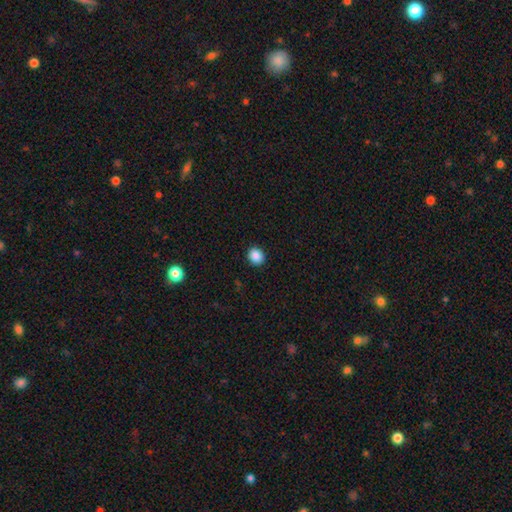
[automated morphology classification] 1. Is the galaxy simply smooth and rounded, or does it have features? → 87% smooth, 10% star or artifact, 3% featured or disk.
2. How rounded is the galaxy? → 77% round, 22% in between, 1% cigar-shaped.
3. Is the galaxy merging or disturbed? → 91% none, 6% minor disturbance, 2% major disturbance, 1% merger.